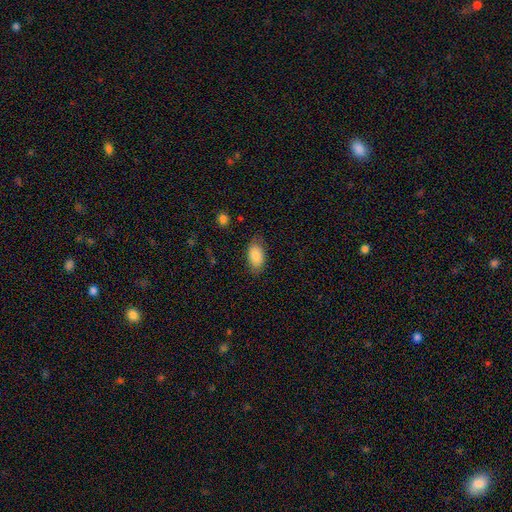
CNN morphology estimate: A smooth galaxy with no disk features (85%) that is in between round and cigar-shaped (93%).

Vote fractions:
- Smooth or featured? smooth: 85% / featured or disk: 8% / star or artifact: 7%
- How rounded? in between: 93% / round: 5% / cigar-shaped: 2%
- Merging? none: 77% / minor disturbance: 17% / major disturbance: 4% / merger: 1%